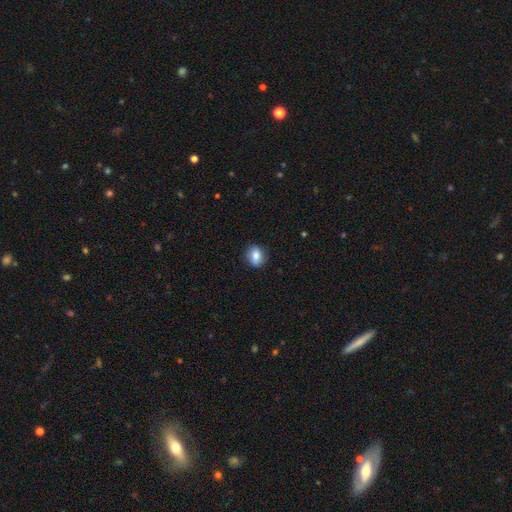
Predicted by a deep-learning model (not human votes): Smooth or featured? Predicted: smooth (p=0.79). How rounded? Predicted: round (p=0.54). Merging? Predicted: none (p=0.85).